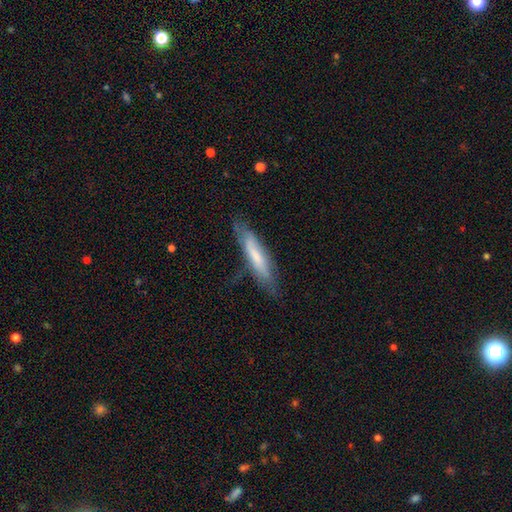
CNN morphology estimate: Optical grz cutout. It shows a smooth galaxy with no disk features (55%) that is cigar-shaped (82%). Merging: none (65%).